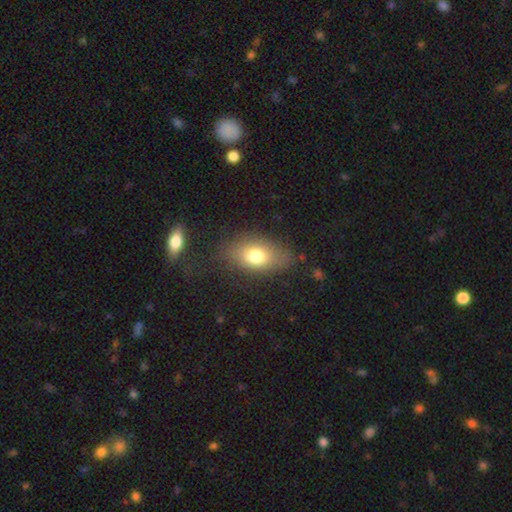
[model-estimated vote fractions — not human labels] Smooth or featured?
  - smooth: 74% *
  - featured or disk: 15%
  - star or artifact: 11%
How rounded?
  - in between: 80% *
  - round: 17%
  - cigar-shaped: 3%
Merging?
  - none: 74% *
  - minor disturbance: 16%
  - major disturbance: 8%
  - merger: 2%